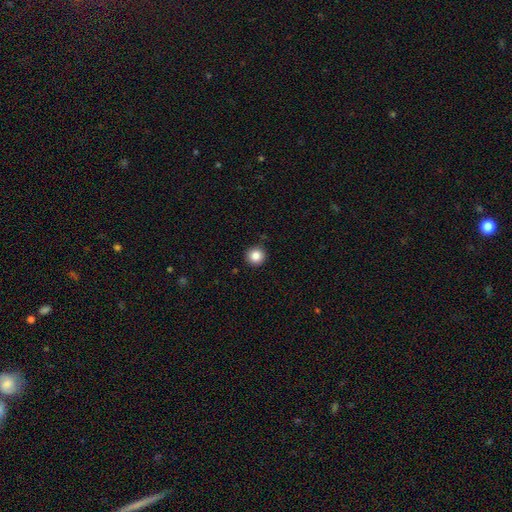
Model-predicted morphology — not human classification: Overall: smooth (85%). How rounded: round (95%). Merging: none (92%).